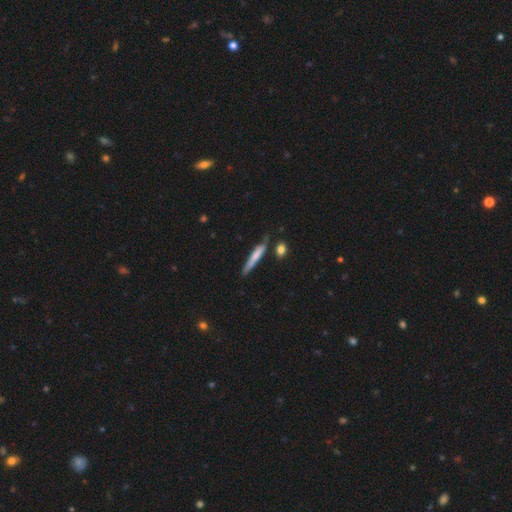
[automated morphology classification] Smooth or featured?
  - smooth: 64% *
  - featured or disk: 30%
  - star or artifact: 6%
How rounded?
  - cigar-shaped: 93% *
  - in between: 5%
  - round: 2%
Merging?
  - none: 70% *
  - minor disturbance: 20%
  - merger: 5%
  - major disturbance: 4%